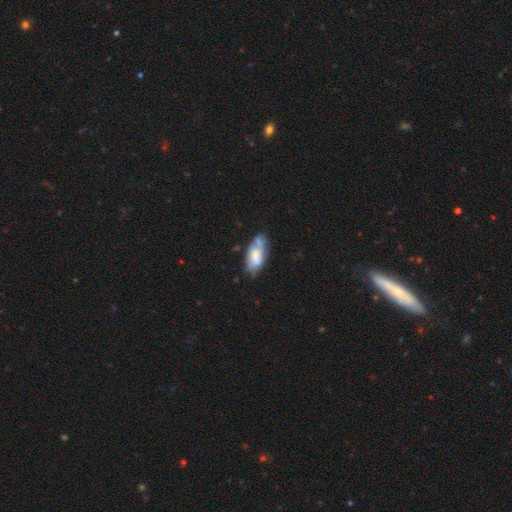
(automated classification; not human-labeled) Smooth or featured: smooth — 52% (featured or disk — 42%)
How rounded: in between — 86% (cigar-shaped — 12%)
Merging: none — 56% (minor disturbance — 29%)